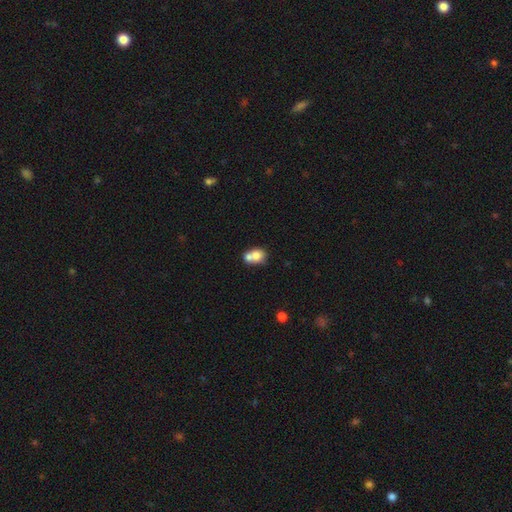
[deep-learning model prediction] Smooth or featured?
  - smooth: 74% *
  - featured or disk: 17%
  - star or artifact: 9%
How rounded?
  - round: 58% *
  - in between: 41%
  - cigar-shaped: 1%
Merging?
  - merger: 63% *
  - none: 27%
  - minor disturbance: 7%
  - major disturbance: 3%